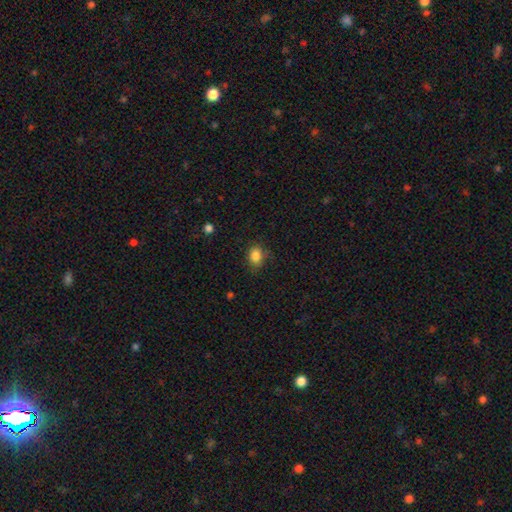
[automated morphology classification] smooth_or_featured: smooth (p=0.85) [alt: star or artifact p=0.10]
how_rounded: in between (p=0.59) [alt: round p=0.40]
merging: none (p=0.78) [alt: minor disturbance p=0.17]